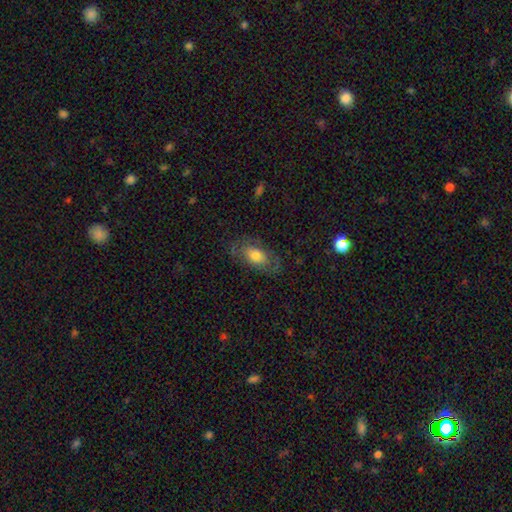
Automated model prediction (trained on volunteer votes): Smooth or featured? Predicted: smooth (p=0.55). How rounded? Predicted: in between (p=0.88). Merging? Predicted: none (p=0.69).